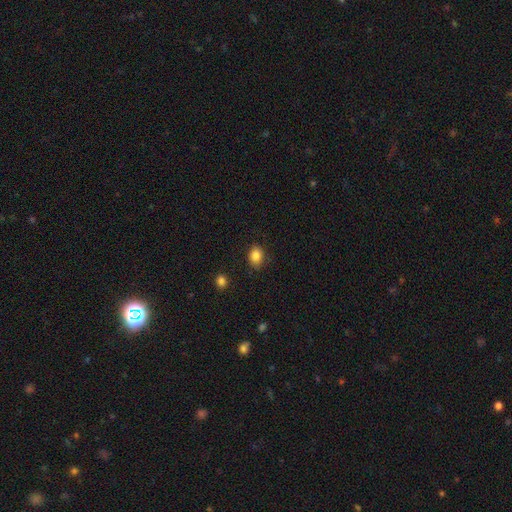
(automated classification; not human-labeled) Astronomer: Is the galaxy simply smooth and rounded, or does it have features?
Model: smooth — 86%.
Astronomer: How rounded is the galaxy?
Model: in between — 58% (runner-up: round, 41%).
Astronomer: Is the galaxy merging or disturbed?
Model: none — 80%.